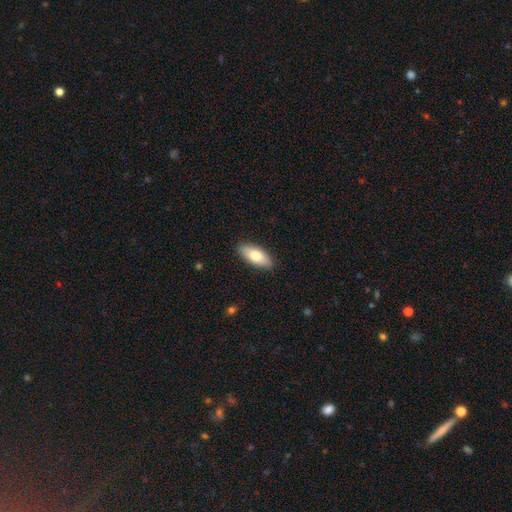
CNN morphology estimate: Smooth or featured? Predicted: smooth (p=0.77). How rounded? Predicted: in between (p=0.84). Merging? Predicted: none (p=0.89).